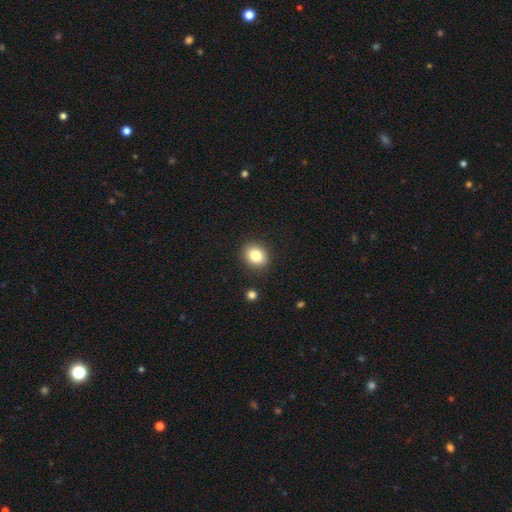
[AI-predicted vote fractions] Smooth or featured? smooth (83%)
How rounded? round (59%)
Merging? none (89%)